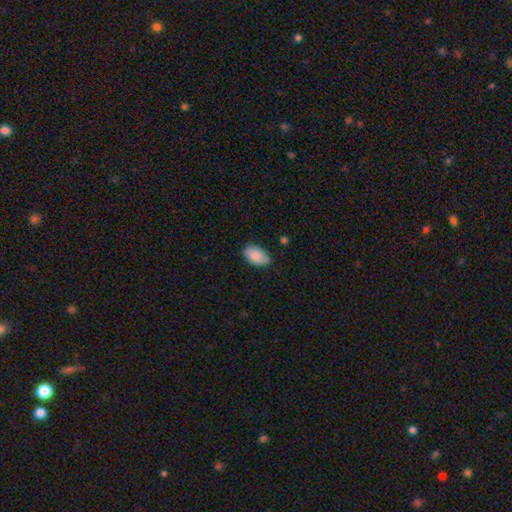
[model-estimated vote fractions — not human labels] Overall: smooth (88%). How rounded: in between (94%). Merging: none (84%).